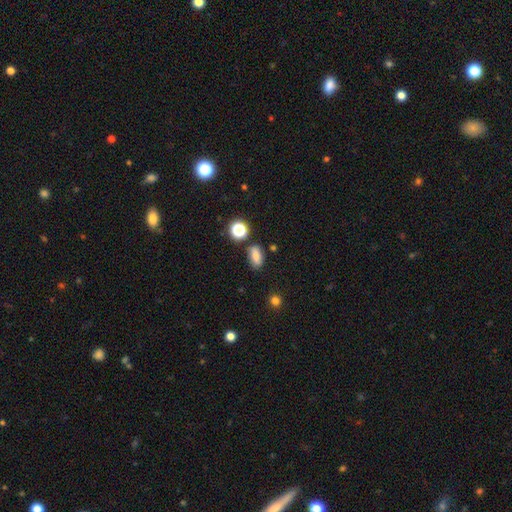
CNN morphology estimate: The model was most divided on "smooth or featured": smooth: 73%, star or artifact: 14%, featured or disk: 13%. More confident: how rounded — in between (76%); merging — none (76%).